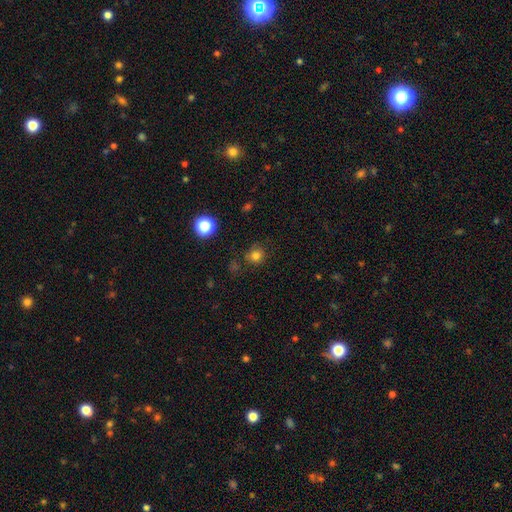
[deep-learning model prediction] Morphology: type=smooth (77%); roundness=round (87%); merging=none (78%).